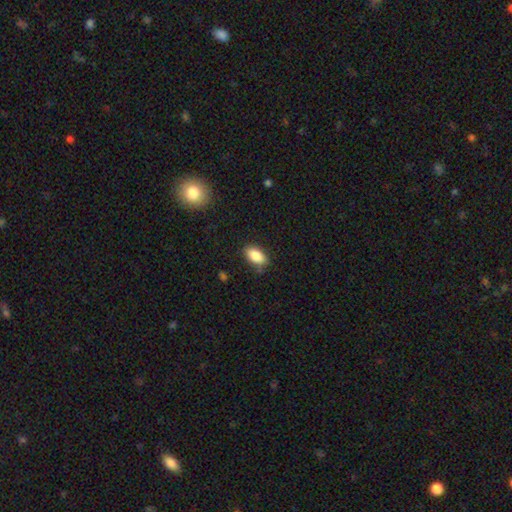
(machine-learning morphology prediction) smooth-or-featured: smooth: 85% | star or artifact: 8% | featured or disk: 7%
  how-rounded: in between: 91% | round: 5% | cigar-shaped: 4%
  merging: none: 78% | minor disturbance: 17% | major disturbance: 3% | merger: 2%